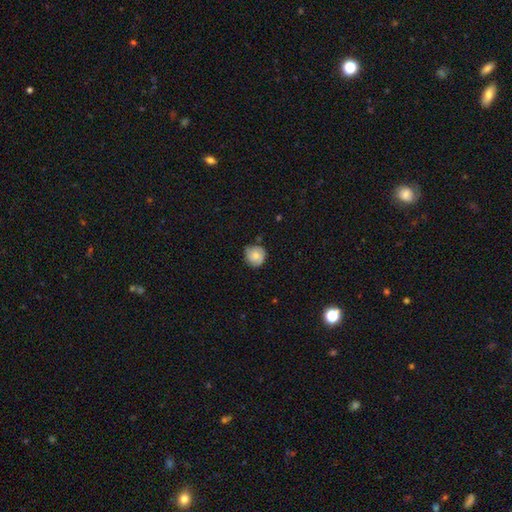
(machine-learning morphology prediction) Q: Smooth or featured?
A: smooth (71%); runner-up: featured or disk (21%)
Q: How rounded?
A: round (89%); runner-up: in between (10%)
Q: Merging?
A: none (66%); runner-up: minor disturbance (28%)